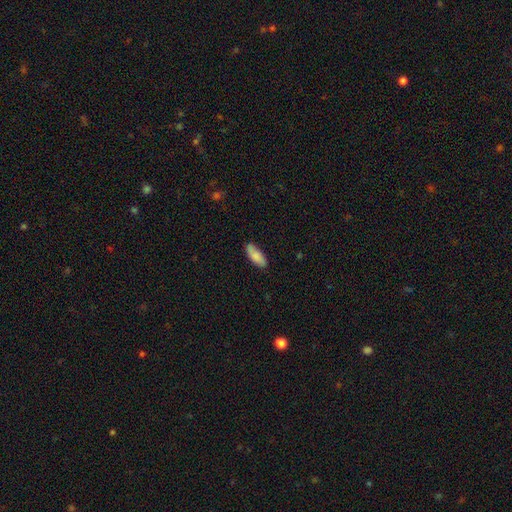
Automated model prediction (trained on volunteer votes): Smooth or featured: smooth — 83% (featured or disk — 11%)
How rounded: in between — 75% (cigar-shaped — 23%)
Merging: none — 77% (minor disturbance — 18%)